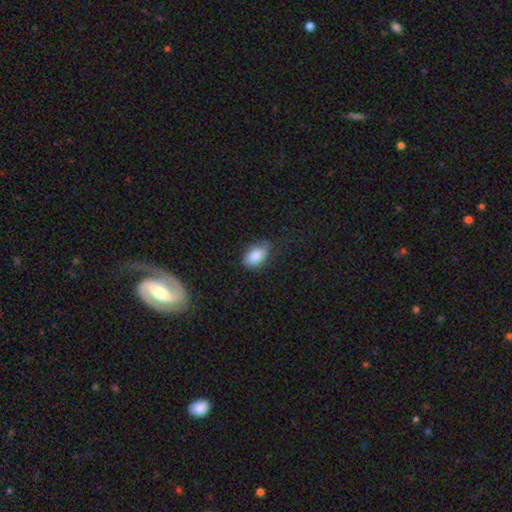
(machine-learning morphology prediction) smooth 85%, featured or disk 8%, star or artifact 7%. Down the decision tree: how rounded — in between (90%); merging — none (69%).